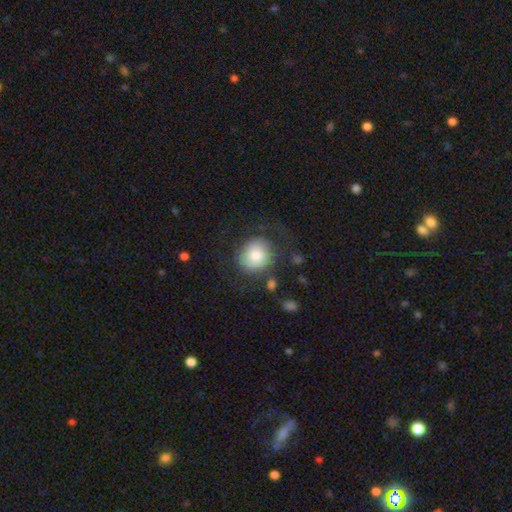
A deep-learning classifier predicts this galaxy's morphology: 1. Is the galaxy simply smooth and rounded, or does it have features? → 76% smooth, 17% featured or disk, 7% star or artifact.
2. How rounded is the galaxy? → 84% round, 15% in between, 1% cigar-shaped.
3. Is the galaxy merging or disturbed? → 62% none, 19% minor disturbance, 16% major disturbance, 3% merger.